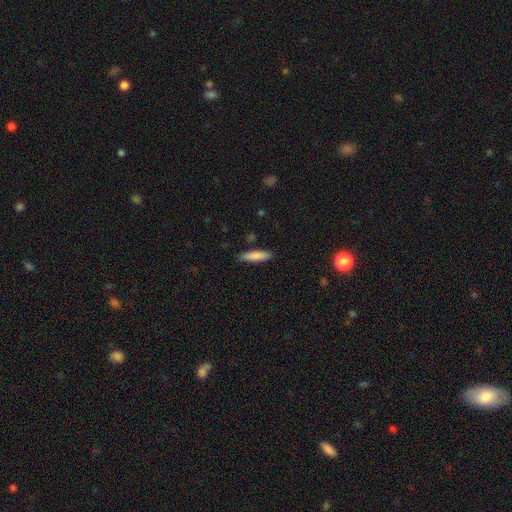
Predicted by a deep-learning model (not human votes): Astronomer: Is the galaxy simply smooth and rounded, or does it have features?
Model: smooth — 82%.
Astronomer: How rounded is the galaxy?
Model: cigar-shaped — 75%.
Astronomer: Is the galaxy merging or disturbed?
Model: none — 85%.